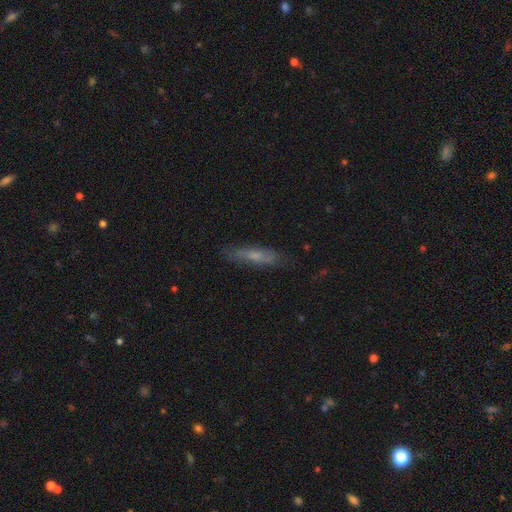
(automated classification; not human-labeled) This appears to be a smooth galaxy with no disk features (53%) that is cigar-shaped (79%). Merging: none (78%).